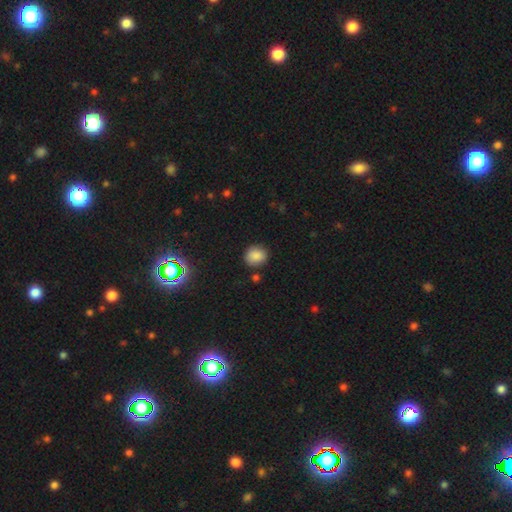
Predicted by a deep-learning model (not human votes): smooth 86%, star or artifact 10%, featured or disk 4%. Down the decision tree: how rounded — round (79%); merging — none (82%).